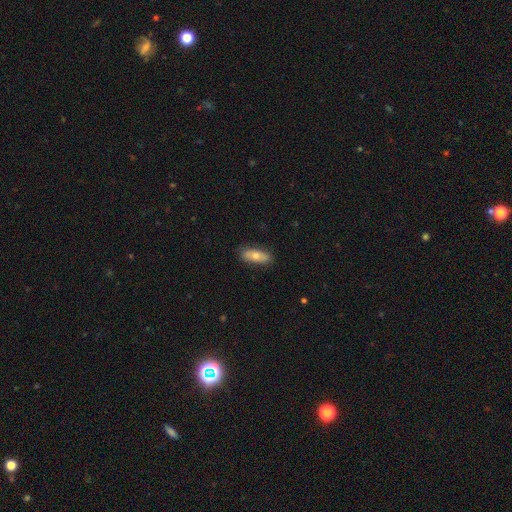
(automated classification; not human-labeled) Smooth or featured? smooth (67%)
How rounded? in between (71%)
Merging? none (85%)